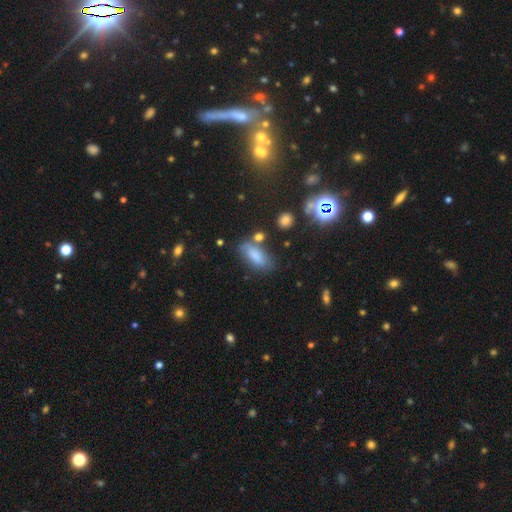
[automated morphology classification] Overall: smooth (78%). How rounded: in between (81%). Merging: none (62%).